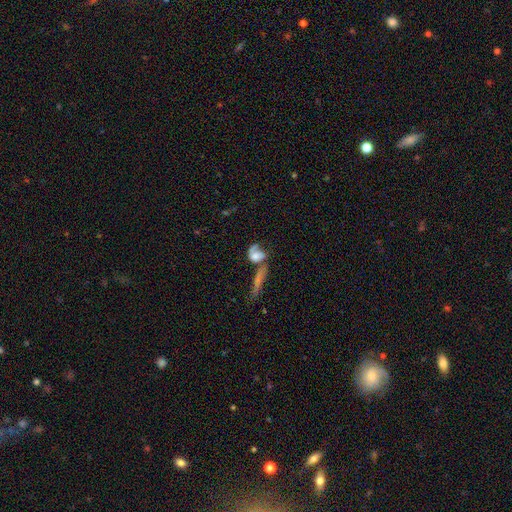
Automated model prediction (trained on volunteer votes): The model was most divided on "smooth or featured": featured or disk: 50%, smooth: 40%, star or artifact: 10%. Remaining: merging — merger (38%).